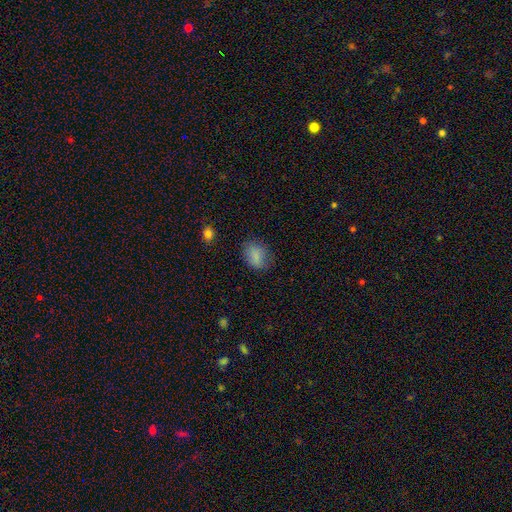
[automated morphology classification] type=smooth (83%); roundness=in between (71%); merging=none (74%).